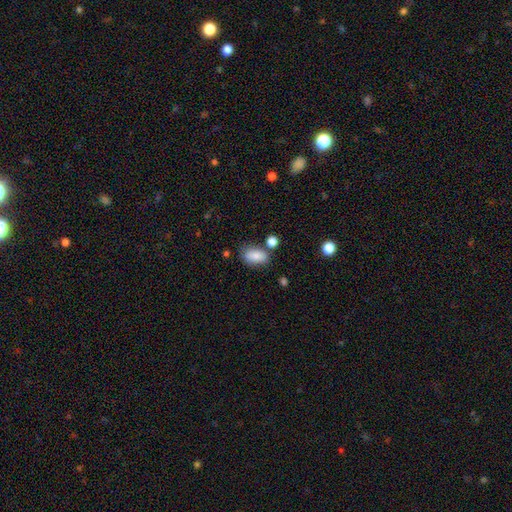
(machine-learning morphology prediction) smooth 83%, featured or disk 9%, star or artifact 8%. Down the decision tree: how rounded — in between (89%); merging — none (67%).